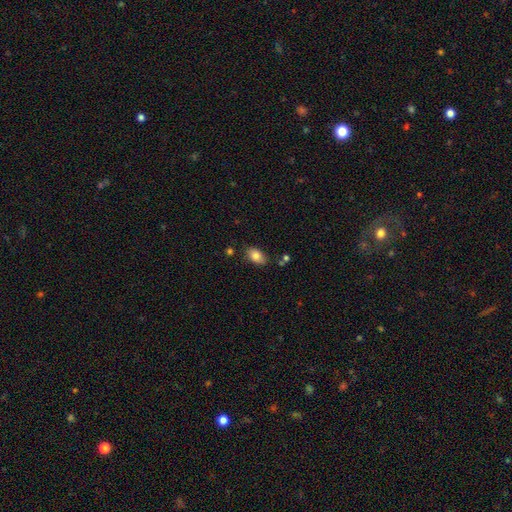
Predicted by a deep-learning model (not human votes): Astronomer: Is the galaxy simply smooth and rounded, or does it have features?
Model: smooth — 83%.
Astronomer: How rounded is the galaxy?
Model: in between — 88%.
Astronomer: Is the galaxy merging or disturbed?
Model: none — 75%.